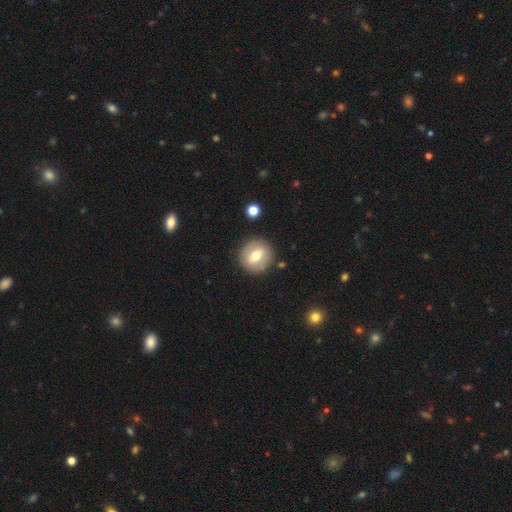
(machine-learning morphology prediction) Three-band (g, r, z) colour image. It shows a smooth galaxy with no disk features (58%) that is round (85%). Merging: none (87%).